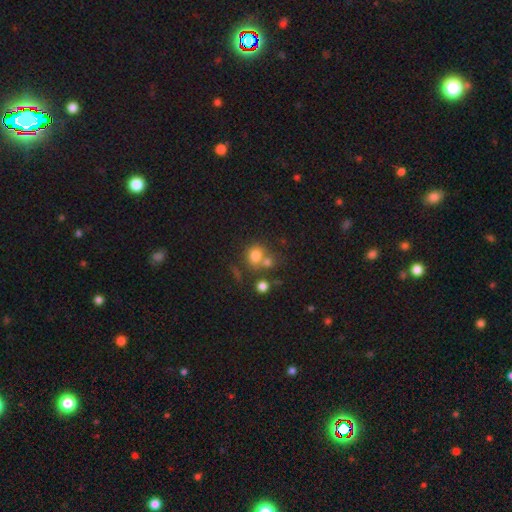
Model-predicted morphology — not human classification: type=smooth (76%); roundness=round (75%); merging=none (50%).